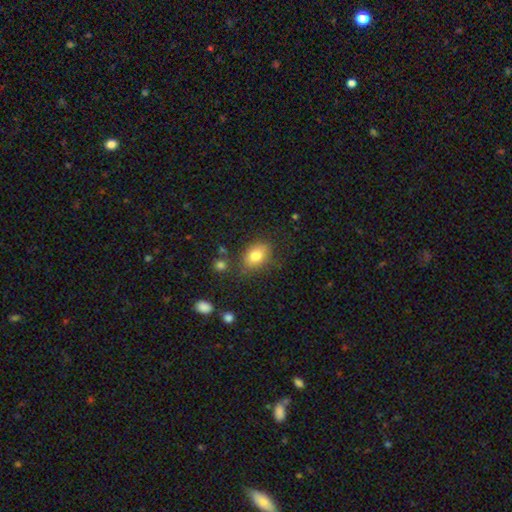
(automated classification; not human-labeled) The model was most divided on "merging": none: 71%, minor disturbance: 19%, major disturbance: 6%, merger: 4%. More confident: smooth or featured — smooth (82%); how rounded — in between (79%).